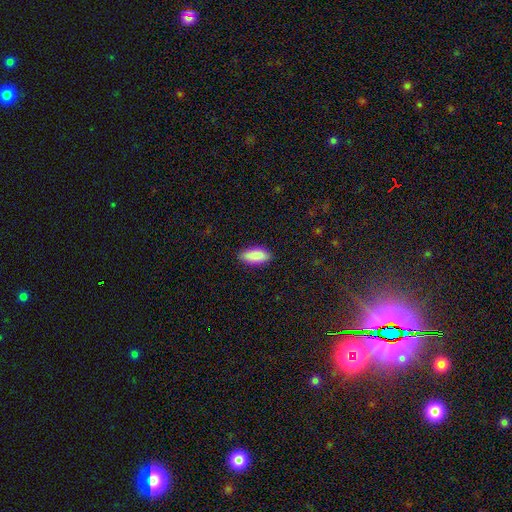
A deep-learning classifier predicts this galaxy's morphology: A smooth galaxy with no disk features (89%) that is in between round and cigar-shaped (89%).

Vote fractions:
- Smooth or featured? smooth: 89% / star or artifact: 6% / featured or disk: 5%
- How rounded? in between: 89% / cigar-shaped: 9% / round: 2%
- Merging? none: 87% / minor disturbance: 10% / major disturbance: 2% / merger: 1%